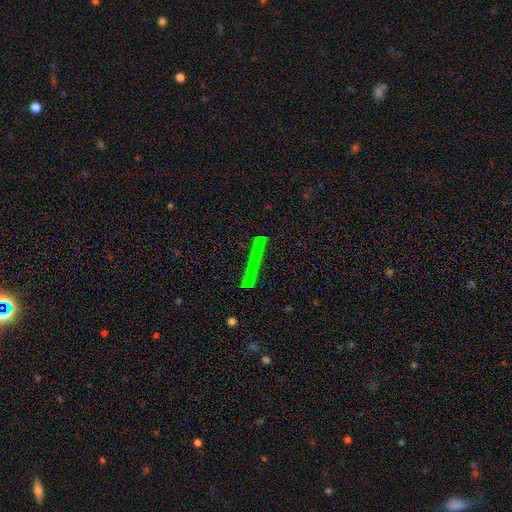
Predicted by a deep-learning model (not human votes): Smooth or featured?
  - featured or disk: 41% *
  - star or artifact: 31%
  - smooth: 28%
Merging?
  - none: 82% *
  - minor disturbance: 8%
  - merger: 5%
  - major disturbance: 4%